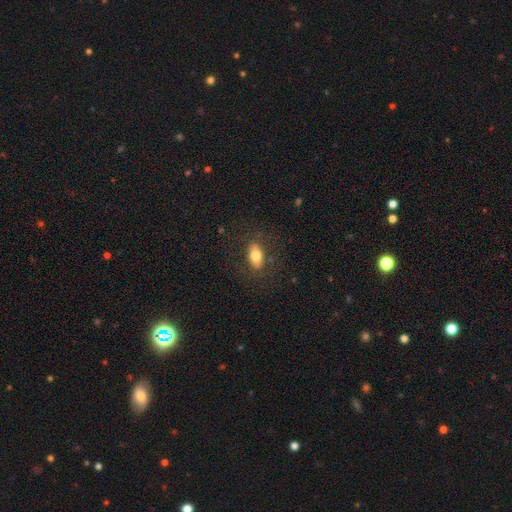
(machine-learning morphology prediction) smooth_or_featured: smooth (p=0.73) [alt: featured or disk p=0.18]
how_rounded: in between (p=0.87) [alt: cigar-shaped p=0.07]
merging: none (p=0.82) [alt: minor disturbance p=0.12]